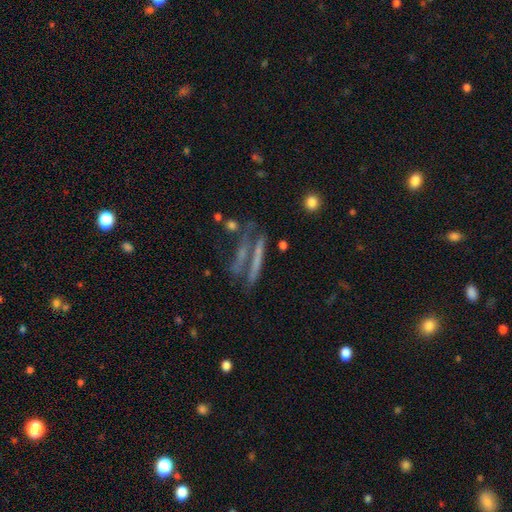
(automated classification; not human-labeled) Smooth or featured? Predicted: featured or disk (p=0.48). Merging? Predicted: none (p=0.52).